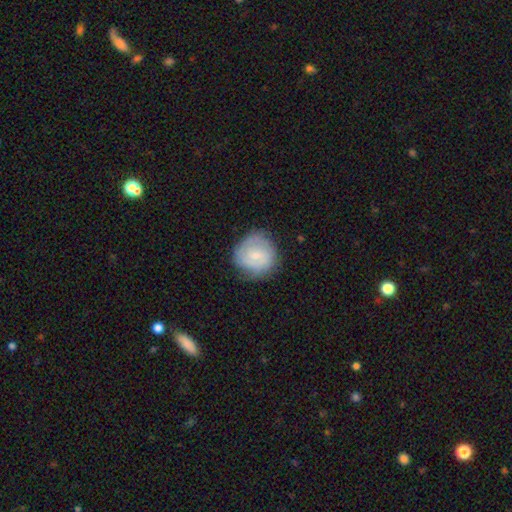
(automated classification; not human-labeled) smooth_or_featured: featured or disk (p=0.47) [alt: smooth p=0.46]
merging: none (p=0.73) [alt: minor disturbance p=0.20]